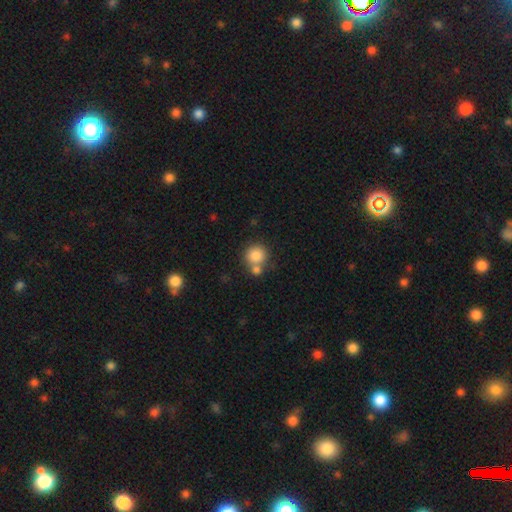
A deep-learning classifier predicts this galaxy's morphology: Smooth or featured? smooth (83%)
How rounded? round (89%)
Merging? none (53%)